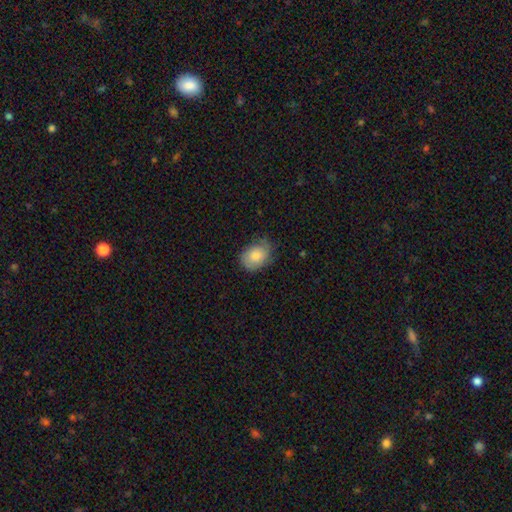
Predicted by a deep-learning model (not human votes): Overall: smooth (75%). How rounded: in between (65%; round 34%). Merging: none (63%; minor disturbance 29%).